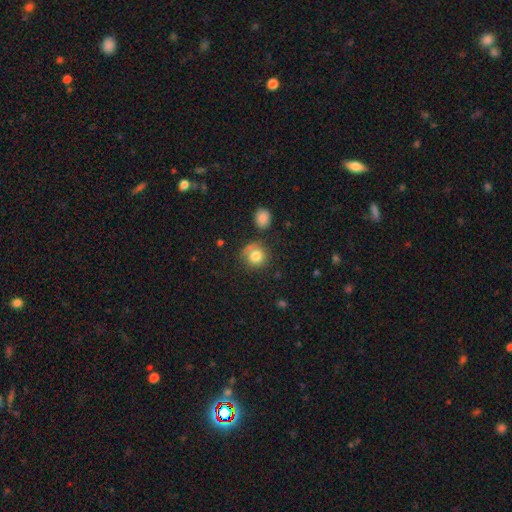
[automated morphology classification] smooth_or_featured: smooth (p=0.79) [alt: featured or disk p=0.11]
how_rounded: round (p=0.88) [alt: in between p=0.11]
merging: none (p=0.67) [alt: minor disturbance p=0.18]